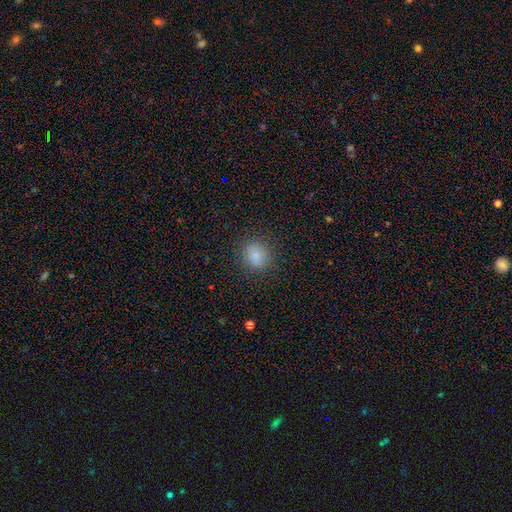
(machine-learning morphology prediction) A smooth galaxy with no disk features (85%) that is round (76%).

Vote fractions:
- Smooth or featured? smooth: 85% / star or artifact: 10% / featured or disk: 5%
- How rounded? round: 76% / in between: 23% / cigar-shaped: 1%
- Merging? none: 87% / minor disturbance: 9% / major disturbance: 3% / merger: 1%